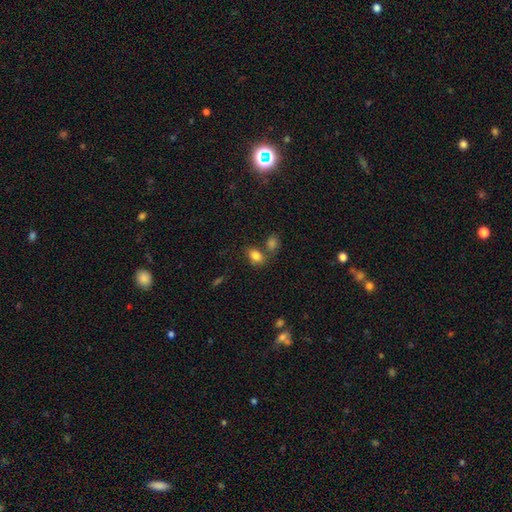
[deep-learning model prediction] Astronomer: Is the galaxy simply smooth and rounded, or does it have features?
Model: smooth — 82%.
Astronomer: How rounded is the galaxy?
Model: in between — 82%.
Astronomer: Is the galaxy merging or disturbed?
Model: none — 53% (runner-up: merger, 30%).